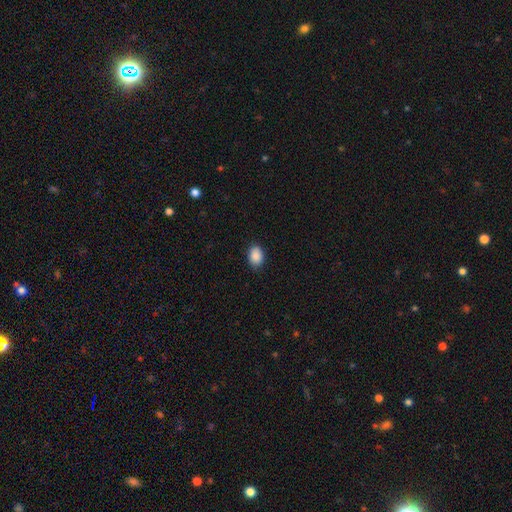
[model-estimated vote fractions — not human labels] A smooth galaxy with no disk features (90%) that is in between round and cigar-shaped (77%). Merging: none (86%).